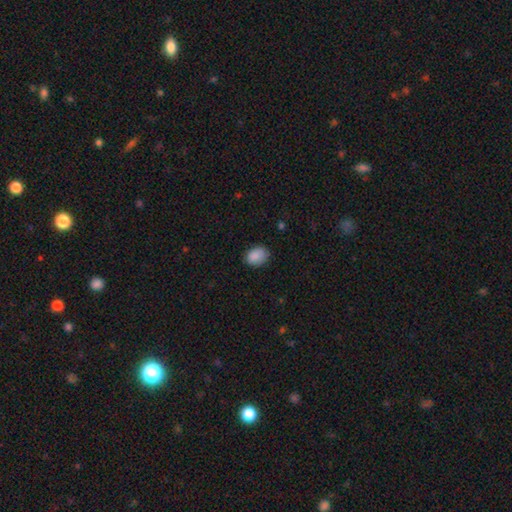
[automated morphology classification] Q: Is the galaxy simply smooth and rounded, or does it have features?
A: smooth — 89%.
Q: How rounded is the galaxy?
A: in between — 70%.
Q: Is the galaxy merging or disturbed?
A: none — 79%.